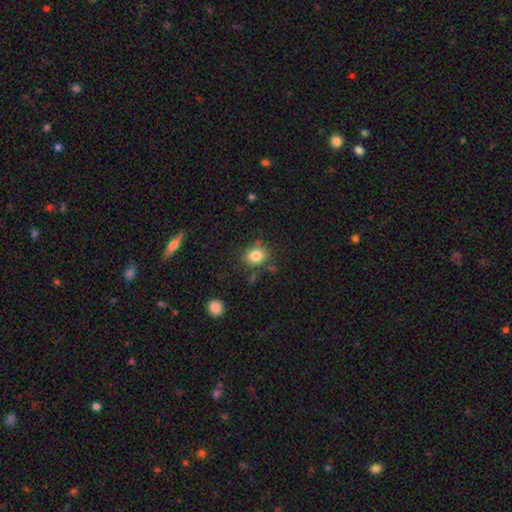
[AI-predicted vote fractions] Smooth or featured: smooth — 83% (star or artifact — 10%)
How rounded: round — 56% (in between — 43%)
Merging: none — 76% (minor disturbance — 14%)